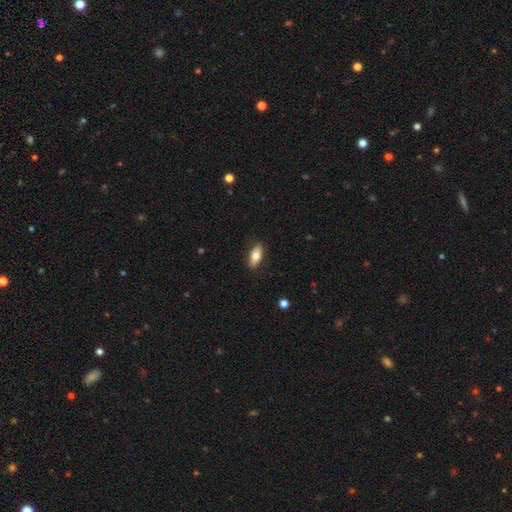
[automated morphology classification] Smooth or featured: smooth — 72% (featured or disk — 22%)
How rounded: in between — 80% (cigar-shaped — 17%)
Merging: none — 87% (minor disturbance — 10%)